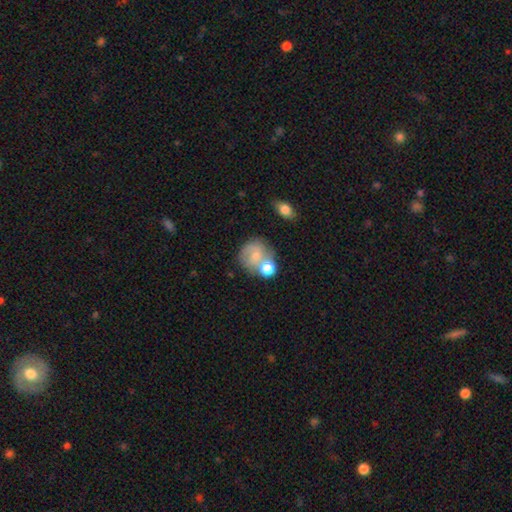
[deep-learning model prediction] Morphology: type=smooth (57%); roundness=round (76%); merging=none (39%).